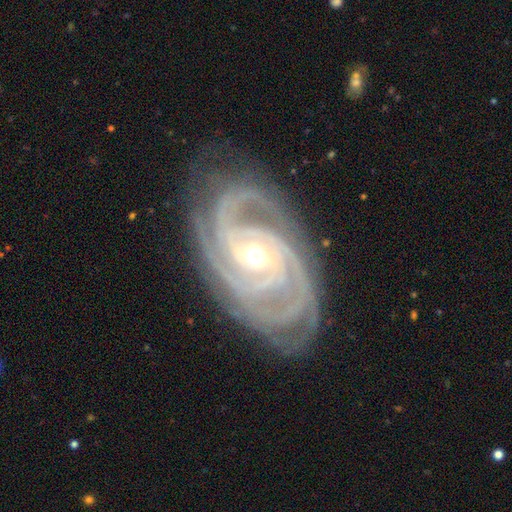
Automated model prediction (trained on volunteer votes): A featured or disk galaxy (93%) with no bar (45%), 3 (38%) tight (77%) spiral arms (99%) and a moderate central bulge (53%). Merging: none (80%).